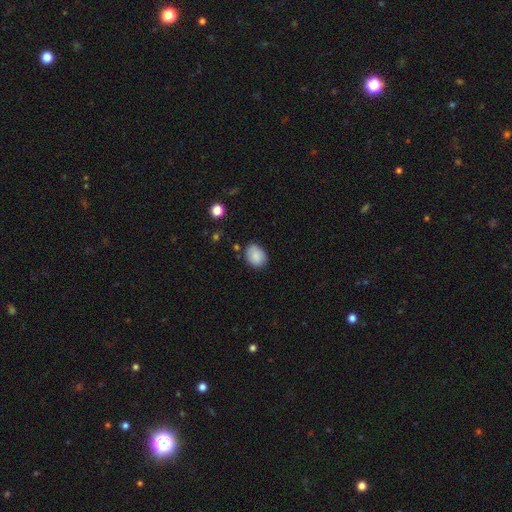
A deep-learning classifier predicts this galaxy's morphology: type=smooth (85%); roundness=in between (68%); merging=none (76%).